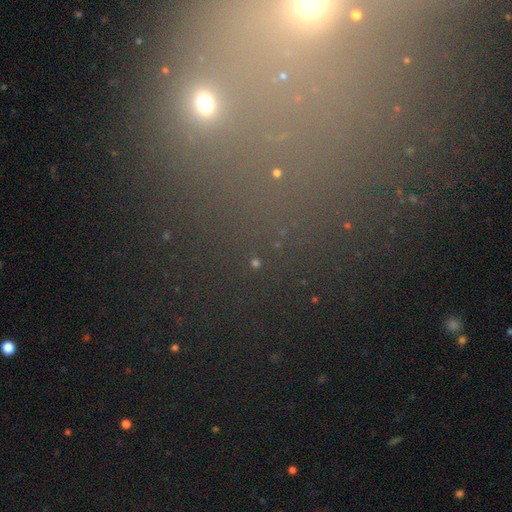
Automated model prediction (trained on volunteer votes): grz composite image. It shows a star or artifact, not a galaxy (67%).